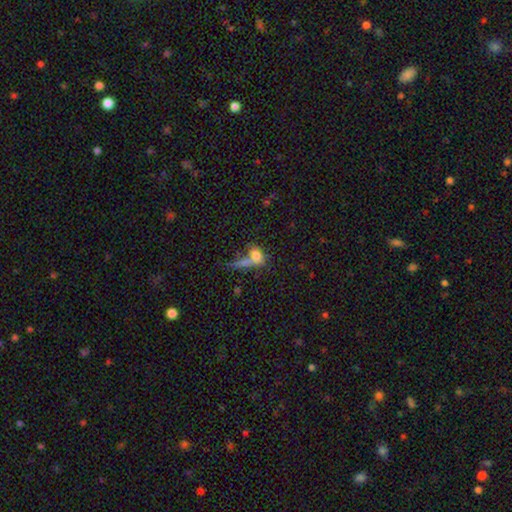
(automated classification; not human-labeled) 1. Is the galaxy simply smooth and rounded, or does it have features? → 68% smooth, 18% featured or disk, 14% star or artifact.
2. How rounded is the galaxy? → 67% in between, 21% round, 12% cigar-shaped.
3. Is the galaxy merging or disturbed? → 39% merger, 29% none, 20% major disturbance, 13% minor disturbance.